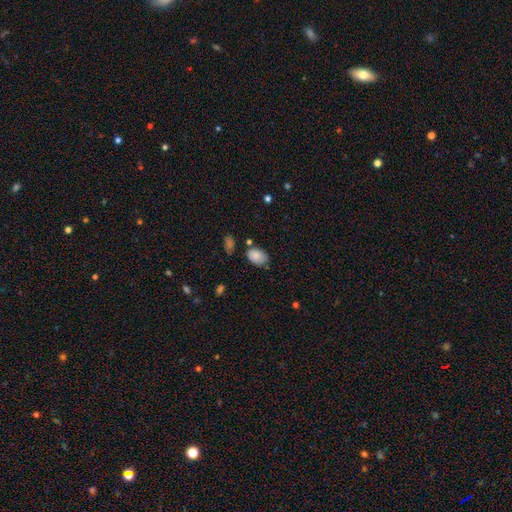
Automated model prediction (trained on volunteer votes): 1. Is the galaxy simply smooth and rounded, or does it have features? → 82% smooth, 10% featured or disk, 9% star or artifact.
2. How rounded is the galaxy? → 81% in between, 18% round, 1% cigar-shaped.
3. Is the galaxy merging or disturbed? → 64% none, 24% minor disturbance, 7% merger, 5% major disturbance.